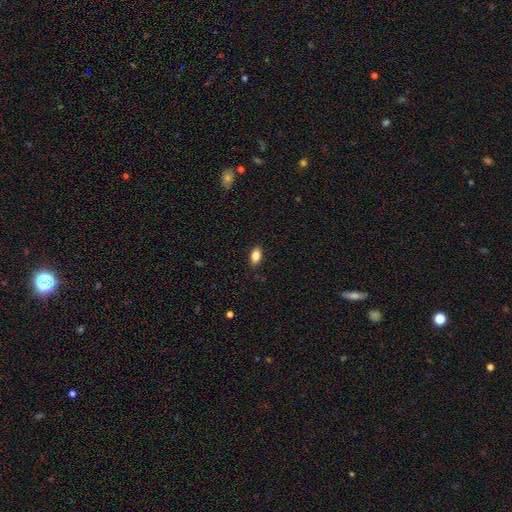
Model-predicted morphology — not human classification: Overall: smooth (84%). How rounded: in between (89%). Merging: none (85%).